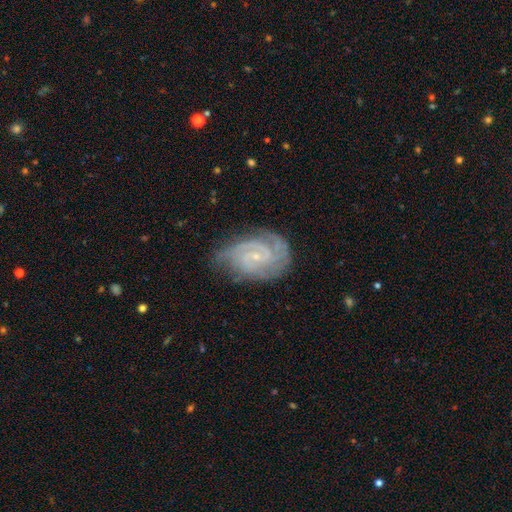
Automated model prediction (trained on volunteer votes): This is clearly a featured or disk galaxy (88%). It is clearly not viewed edge-on (97%). Bar: possibly no (50%). Spiral arm pattern: clearly yes (98%). Spiral arm count: marginally 2 (43%). Spiral winding: likely tight (63%). Central bulge: clearly small (81%). Merging: likely none (70%).